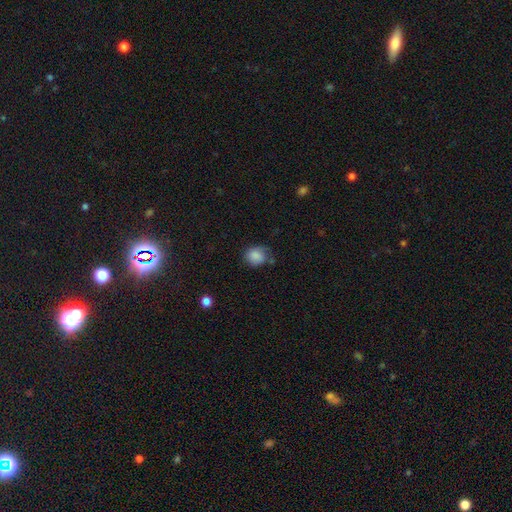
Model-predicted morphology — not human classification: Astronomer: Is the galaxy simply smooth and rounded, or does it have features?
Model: smooth — 84%.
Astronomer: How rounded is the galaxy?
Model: round — 73%.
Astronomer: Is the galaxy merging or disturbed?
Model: none — 59%.